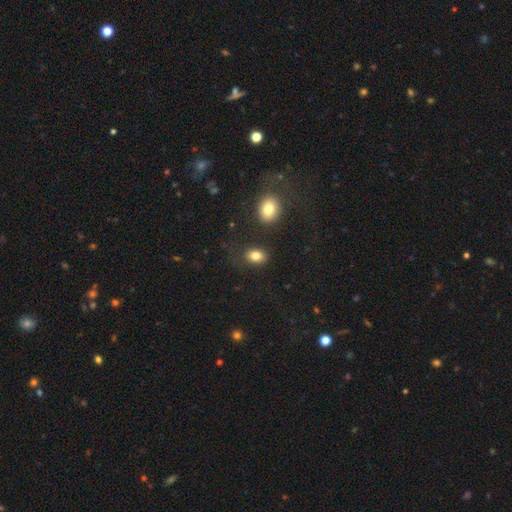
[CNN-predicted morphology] This appears to be a smooth galaxy with no disk features (82%) that is in between round and cigar-shaped (70%). Merging: none (79%).